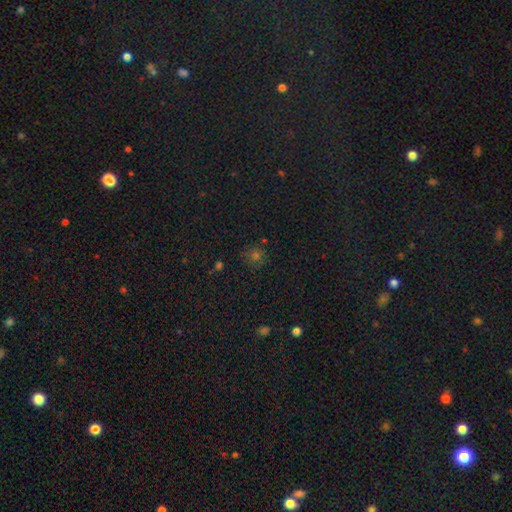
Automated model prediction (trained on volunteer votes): smooth_or_featured: smooth (p=0.54) [alt: star or artifact p=0.36]
how_rounded: round (p=0.89) [alt: in between p=0.10]
merging: none (p=0.81) [alt: minor disturbance p=0.13]